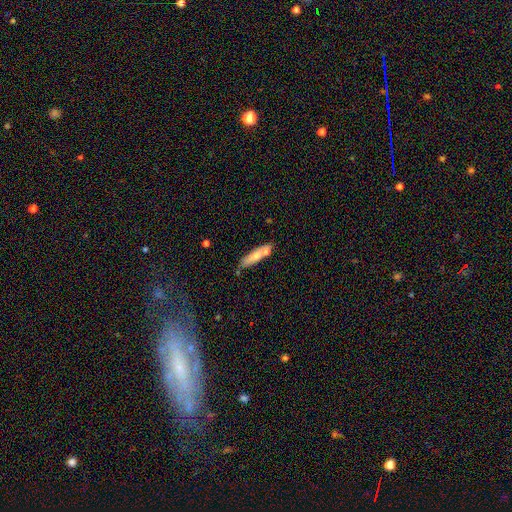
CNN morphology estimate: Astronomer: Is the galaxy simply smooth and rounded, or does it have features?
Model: smooth — 67%.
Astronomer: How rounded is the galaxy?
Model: cigar-shaped — 75%.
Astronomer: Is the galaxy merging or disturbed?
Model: none — 59%.